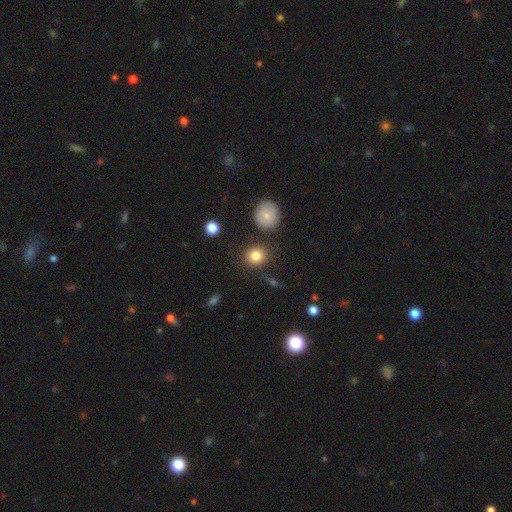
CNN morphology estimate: smooth 83%, star or artifact 10%, featured or disk 6%. Down the decision tree: how rounded — round (86%); merging — none (84%).